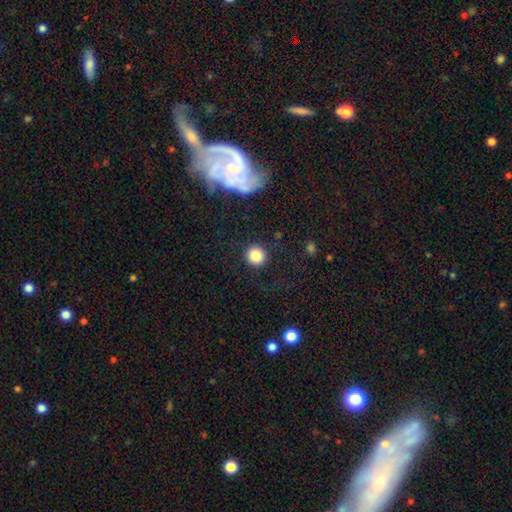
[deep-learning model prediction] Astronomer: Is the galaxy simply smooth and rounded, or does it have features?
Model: smooth — 84%.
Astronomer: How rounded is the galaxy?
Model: round — 94%.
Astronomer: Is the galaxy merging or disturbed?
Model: none — 89%.